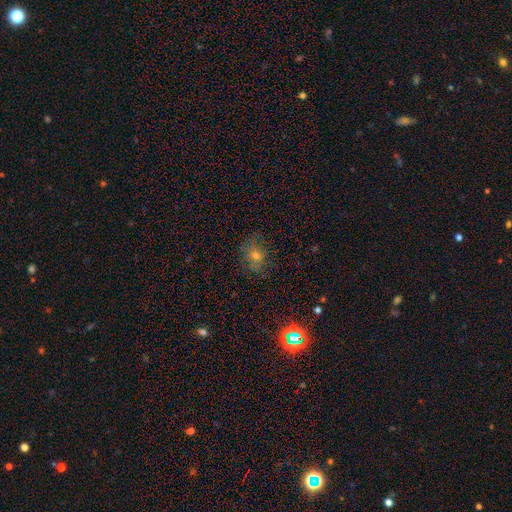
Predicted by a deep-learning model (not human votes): Overall: smooth (64%). How rounded: round (53%; in between 46%). Merging: none (72%).